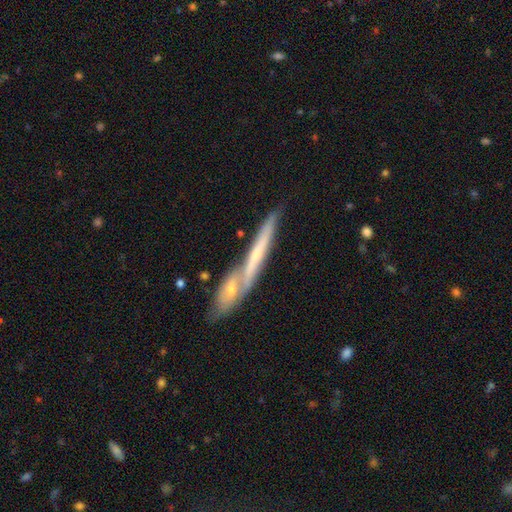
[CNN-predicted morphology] Smooth or featured? Predicted: featured or disk (p=0.58). Edge-on disk? Predicted: yes (p=0.86). Edge-on bulge? Predicted: none (p=0.62). Merging? Predicted: none (p=0.50).